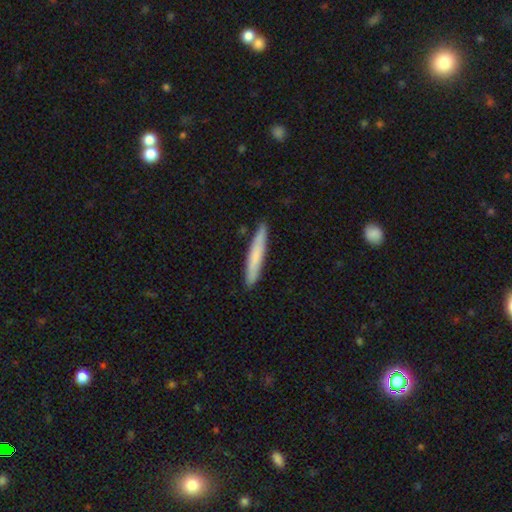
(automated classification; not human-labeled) This appears to be a smooth galaxy with no disk features (72%) that is cigar-shaped (95%). Merging: none (88%).